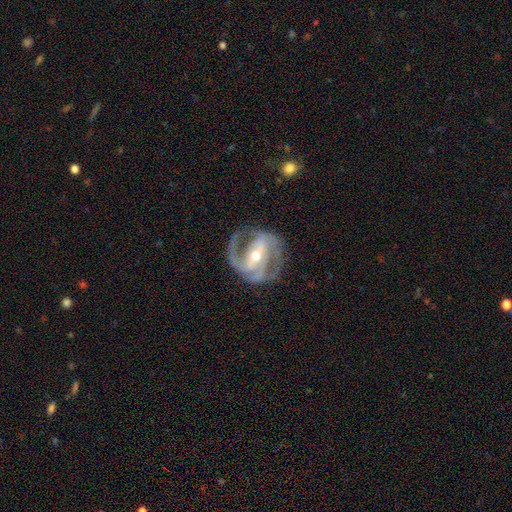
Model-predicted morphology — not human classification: The model was most divided on "spiral winding": medium: 51%, tight: 35%, loose: 14%. More confident: edge-on disk — no (97%); spiral arms — yes (97%); smooth or featured — featured or disk (90%); merging — none (69%); bulge size — moderate (60%); spiral arm count — 2 (58%); bar — strong (56%).